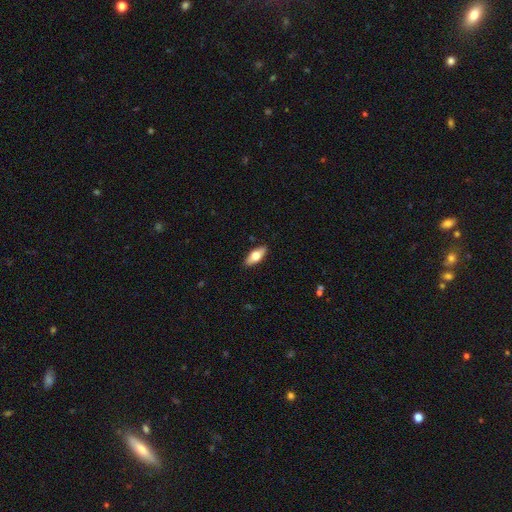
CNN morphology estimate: A smooth galaxy with no disk features (66%) that is in between round and cigar-shaped (81%). Merging: none (89%).